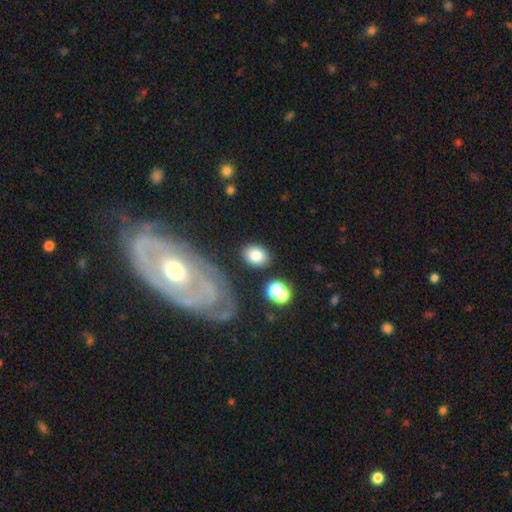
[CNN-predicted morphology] smooth 79%, featured or disk 12%, star or artifact 9%. Down the decision tree: how rounded — in between (62%); merging — none (80%).